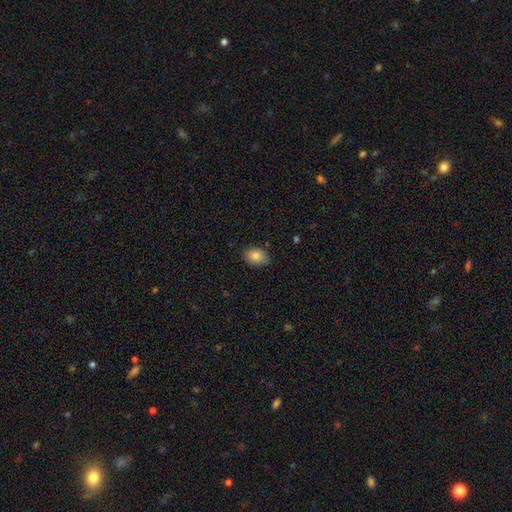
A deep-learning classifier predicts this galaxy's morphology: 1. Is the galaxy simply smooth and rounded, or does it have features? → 81% smooth, 11% featured or disk, 9% star or artifact.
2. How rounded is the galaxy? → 71% in between, 28% round, 1% cigar-shaped.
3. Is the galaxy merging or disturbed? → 81% none, 16% minor disturbance, 2% major disturbance, 1% merger.